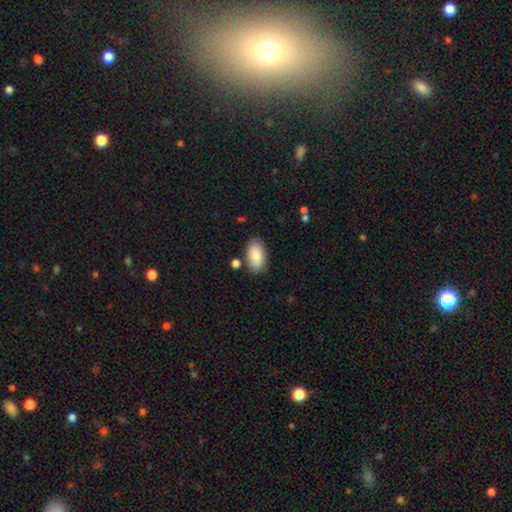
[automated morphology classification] Smooth or featured? smooth (85%)
How rounded? in between (95%)
Merging? none (80%)